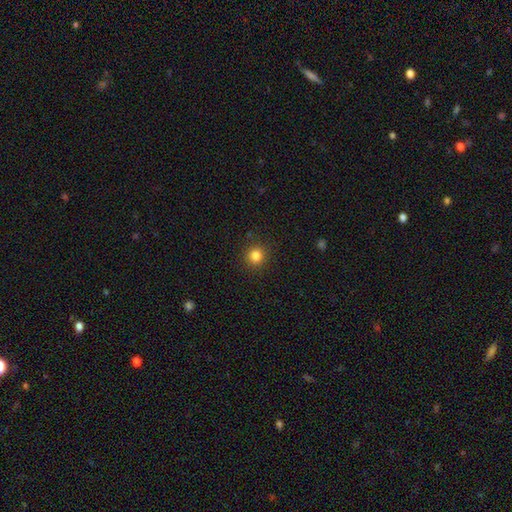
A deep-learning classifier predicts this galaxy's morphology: This appears to be a smooth galaxy with no disk features (82%) that is round (92%). Merging: none (90%).